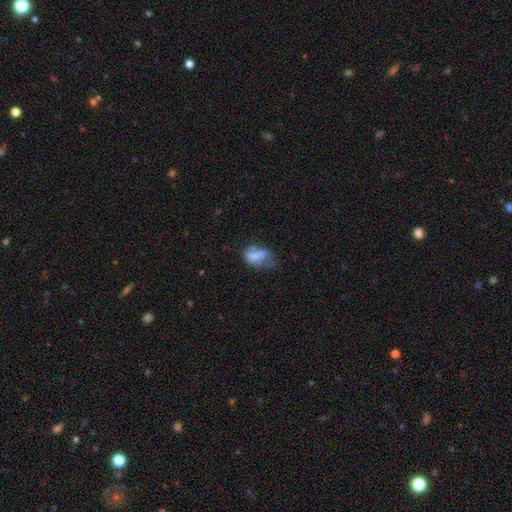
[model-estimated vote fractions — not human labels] Smooth or featured? Predicted: smooth (p=0.58). How rounded? Predicted: in between (p=0.86). Merging? Predicted: major disturbance (p=0.32).